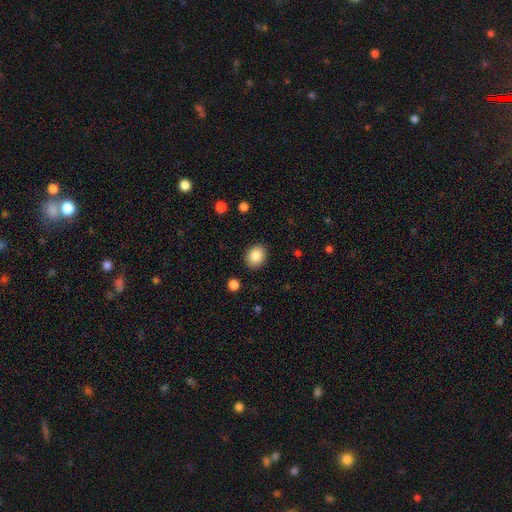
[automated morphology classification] This appears to be a smooth galaxy with no disk features (86%) that is round (54%). Merging: none (89%).